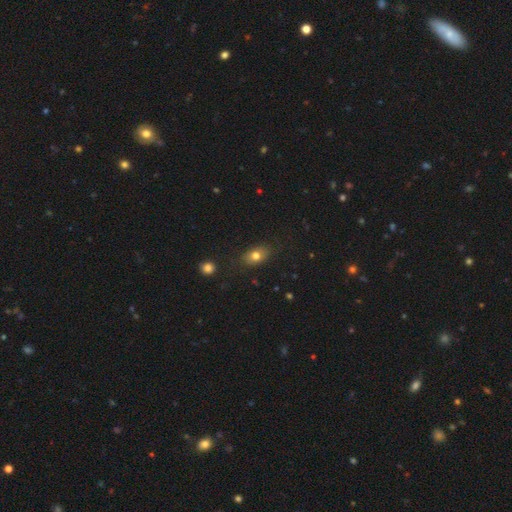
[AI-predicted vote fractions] This is likely a smooth galaxy (75%). How rounded: likely in between (76%). Merging: clearly none (80%).